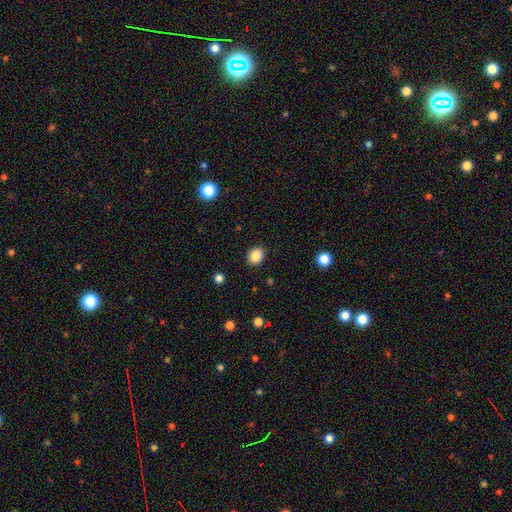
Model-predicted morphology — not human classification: The model was most divided on "how rounded": round: 59%, in between: 41%, cigar-shaped: 1%. More confident: merging — none (90%); smooth or featured — smooth (86%).